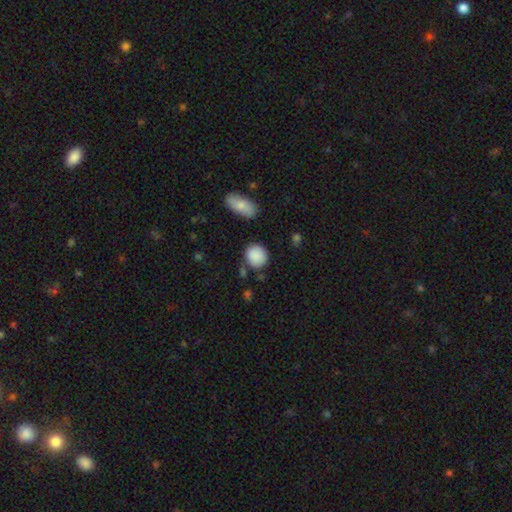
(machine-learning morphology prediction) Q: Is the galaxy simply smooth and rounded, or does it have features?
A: smooth — 88%.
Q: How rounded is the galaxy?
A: round — 79%.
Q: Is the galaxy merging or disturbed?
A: none — 77%.